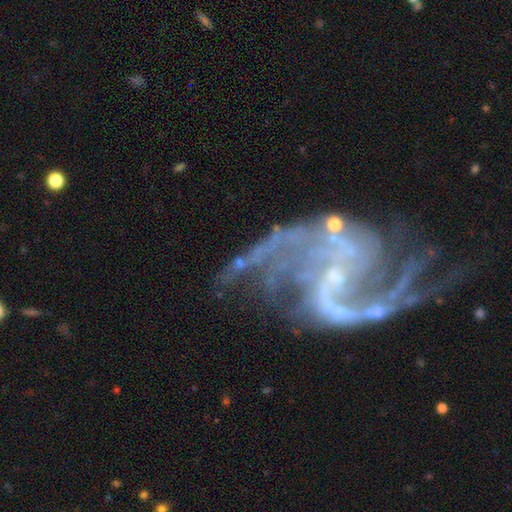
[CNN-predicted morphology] Overall: featured or disk (91%). Edge-on disk: no (98%). Bar: weak (45%; no 39%). Spiral arms: yes (97%). Spiral arm count: 2 (68%). Spiral winding: loose (55%; medium 35%). Bulge size: small (72%). Merging: none (44%; major disturbance 28%).